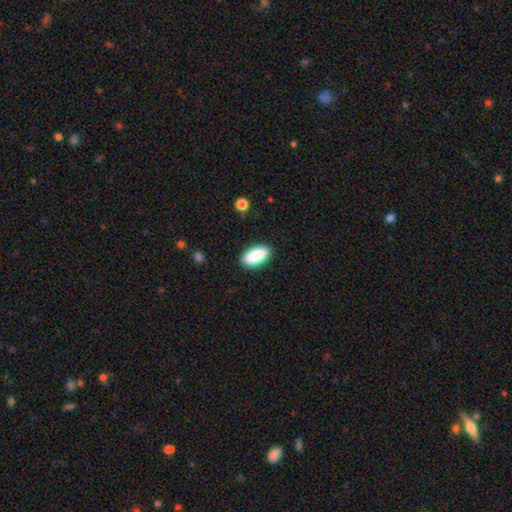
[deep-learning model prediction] smooth 89%, star or artifact 7%, featured or disk 5%. Down the decision tree: how rounded — in between (90%); merging — none (87%).